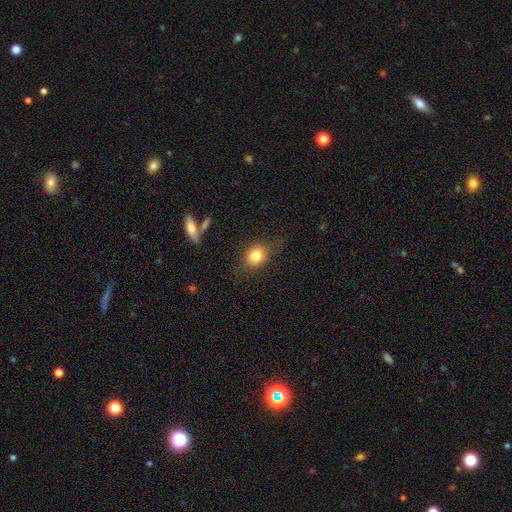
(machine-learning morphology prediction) This appears to be a smooth galaxy with no disk features (79%) that is round (59%). Merging: none (75%).